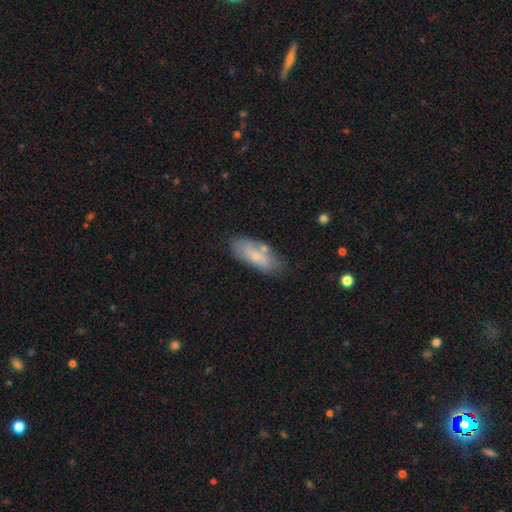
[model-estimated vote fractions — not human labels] Morphology: type=smooth (66%); roundness=in between (76%); merging=none (65%).